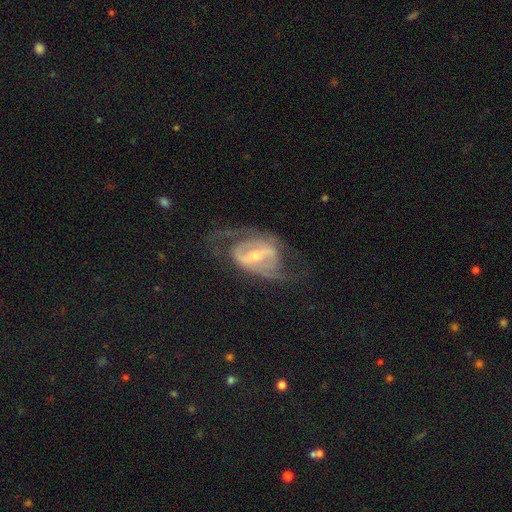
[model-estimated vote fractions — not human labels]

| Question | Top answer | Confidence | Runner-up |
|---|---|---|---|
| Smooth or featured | featured or disk | 85% | smooth (10%) |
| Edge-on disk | no | 95% | yes (5%) |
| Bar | strong | 51% | weak (35%) |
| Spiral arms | yes | 83% | no (17%) |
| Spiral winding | medium | 48% | loose (29%) |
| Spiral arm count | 2 | 75% | can't tell (14%) |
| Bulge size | small | 55% | moderate (39%) |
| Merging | none | 57% | major disturbance (24%) |